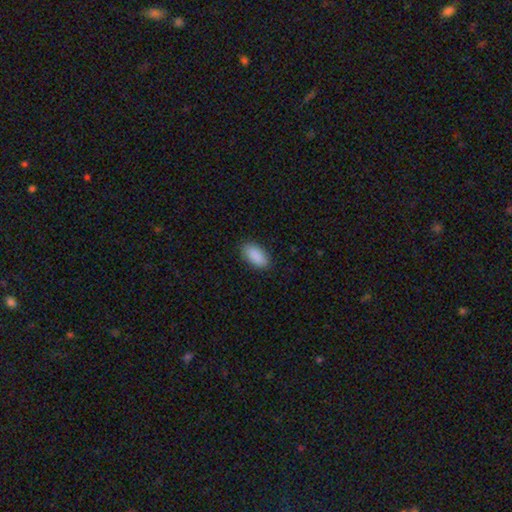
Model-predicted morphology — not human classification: smooth_or_featured: smooth (p=0.90) [alt: star or artifact p=0.06]
how_rounded: in between (p=0.92) [alt: cigar-shaped p=0.05]
merging: none (p=0.87) [alt: minor disturbance p=0.10]